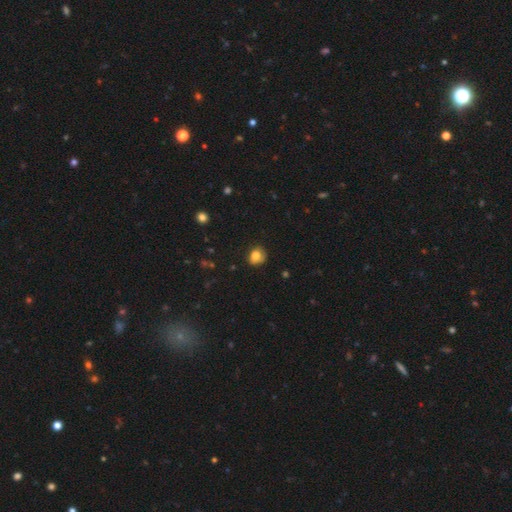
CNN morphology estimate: smooth 79%, star or artifact 11%, featured or disk 10%. Down the decision tree: how rounded — round (73%); merging — none (75%).